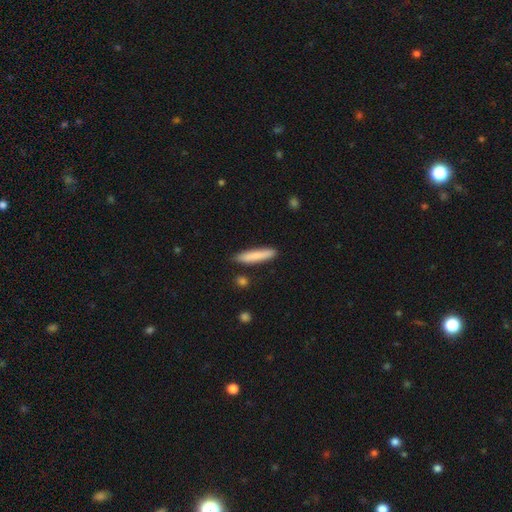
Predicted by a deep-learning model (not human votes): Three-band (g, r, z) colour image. It shows a smooth galaxy with no disk features (83%) that is cigar-shaped (88%). Merging: none (86%).